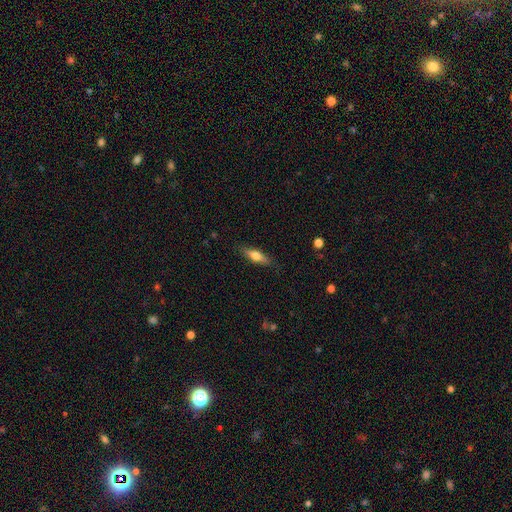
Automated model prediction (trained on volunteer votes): Smooth or featured? smooth (60%)
How rounded? cigar-shaped (58%)
Merging? none (84%)